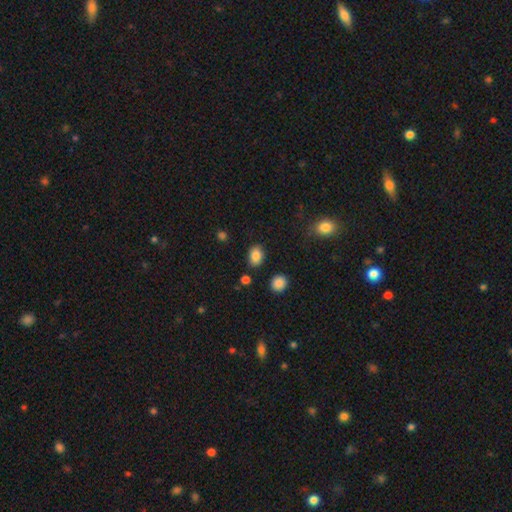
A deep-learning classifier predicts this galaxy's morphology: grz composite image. It shows a smooth galaxy with no disk features (85%) that is in between round and cigar-shaped (75%). Merging: none (84%).